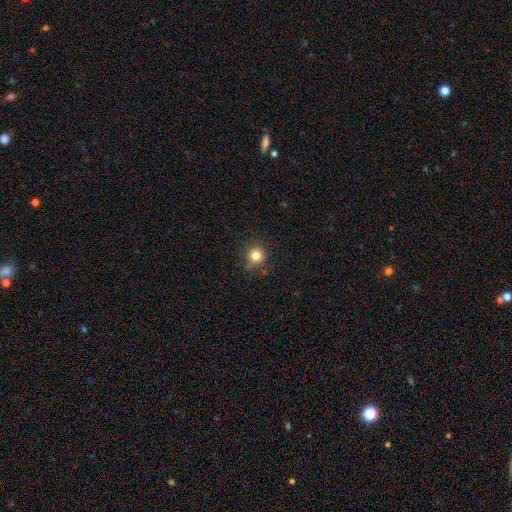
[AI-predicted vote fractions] Q: Smooth or featured?
A: smooth (81%); runner-up: star or artifact (12%)
Q: How rounded?
A: round (92%); runner-up: in between (7%)
Q: Merging?
A: none (78%); runner-up: minor disturbance (16%)